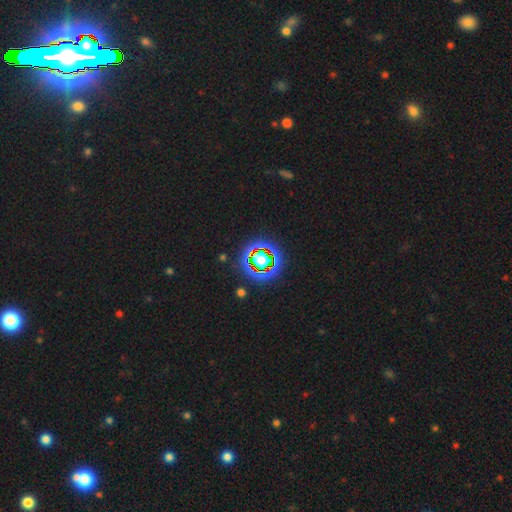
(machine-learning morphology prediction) Q: Smooth or featured?
A: star or artifact (65%); runner-up: smooth (23%)